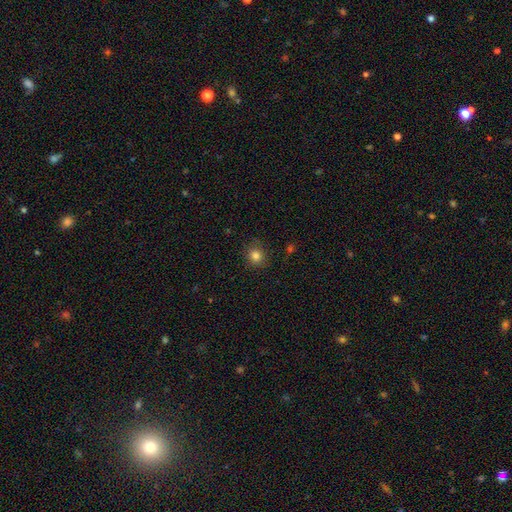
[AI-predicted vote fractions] This appears to be a smooth galaxy with no disk features (82%) that is round (87%). Merging: none (87%).